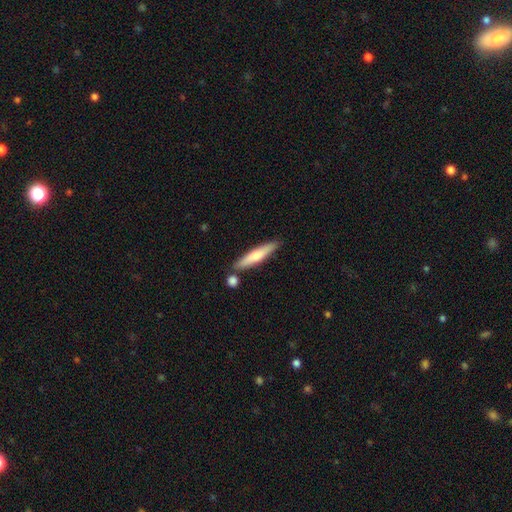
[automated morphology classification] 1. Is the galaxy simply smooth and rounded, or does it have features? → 61% smooth, 34% featured or disk, 5% star or artifact.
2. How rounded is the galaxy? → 88% cigar-shaped, 11% in between, 2% round.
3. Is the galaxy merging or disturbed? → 78% none, 11% minor disturbance, 9% merger, 2% major disturbance.